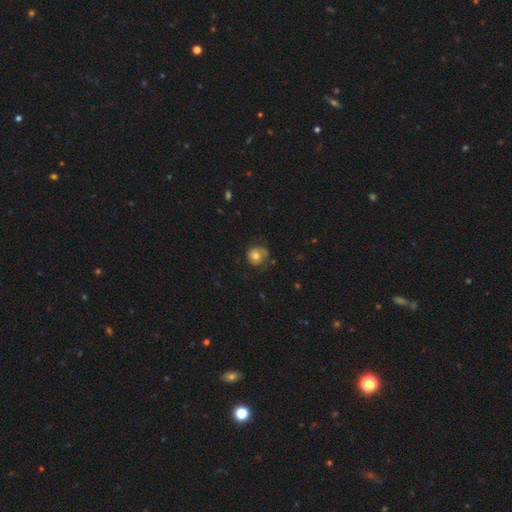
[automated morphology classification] This appears to be a smooth galaxy with no disk features (56%) that is round (77%). Merging: none (54%).